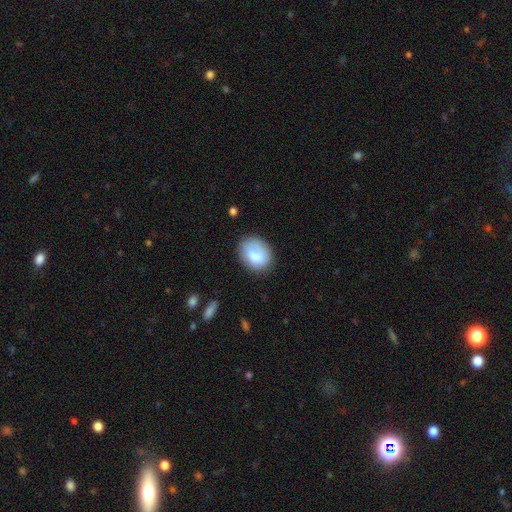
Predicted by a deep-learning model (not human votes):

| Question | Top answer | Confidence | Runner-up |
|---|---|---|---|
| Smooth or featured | smooth | 78% | featured or disk (15%) |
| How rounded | in between | 55% | round (44%) |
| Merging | none | 65% | minor disturbance (23%) |